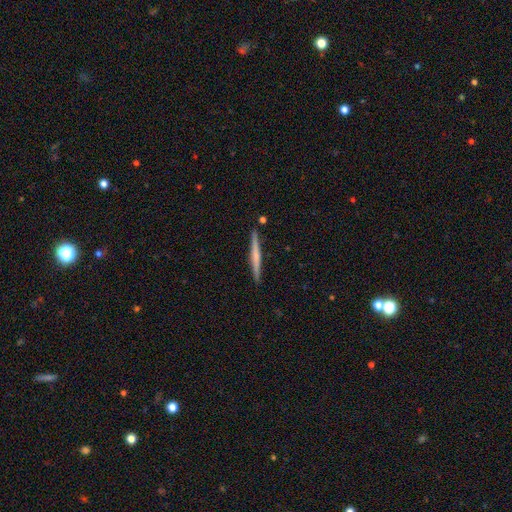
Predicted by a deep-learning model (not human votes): The model was most divided on "smooth or featured": featured or disk: 51%, smooth: 44%, star or artifact: 5%. More confident: edge-on disk — yes (98%); merging — none (90%).